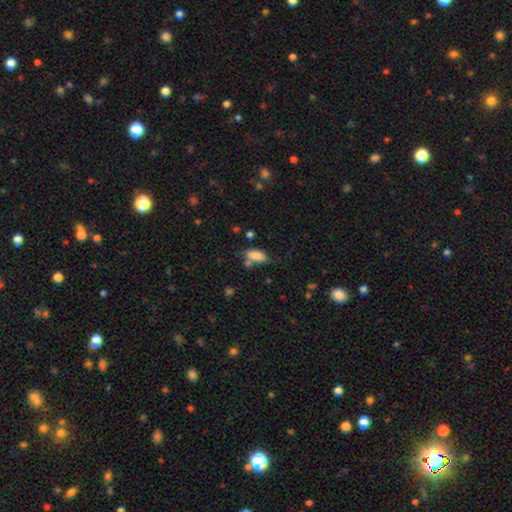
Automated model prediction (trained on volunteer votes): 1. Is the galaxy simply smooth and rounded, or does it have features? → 83% smooth, 9% featured or disk, 8% star or artifact.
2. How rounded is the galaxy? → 86% in between, 11% cigar-shaped, 3% round.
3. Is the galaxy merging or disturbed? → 55% none, 23% minor disturbance, 15% merger, 8% major disturbance.